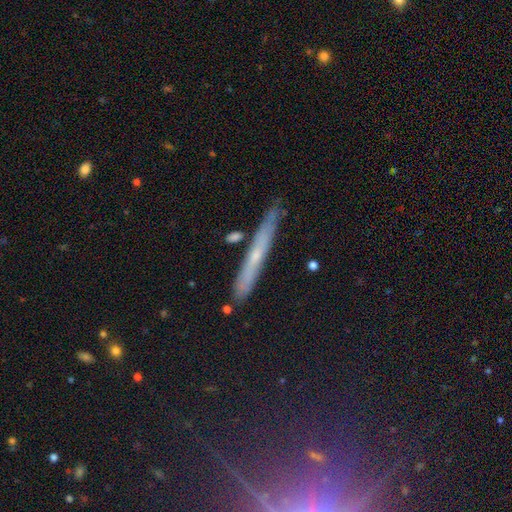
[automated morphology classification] A featured or disk galaxy (50%) viewed edge-on (89%).

Vote fractions:
- Smooth or featured? featured or disk: 50% / smooth: 37% / star or artifact: 13%
- Edge-on disk? yes: 89% / no: 11%
- Merging? none: 84% / minor disturbance: 11% / merger: 2% / major disturbance: 2%